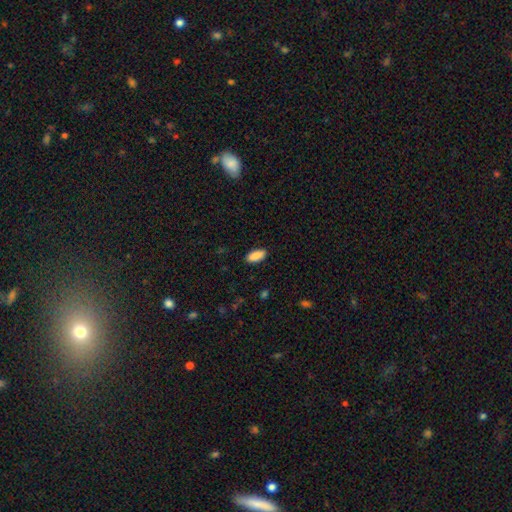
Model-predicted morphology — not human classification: This appears to be a smooth galaxy with no disk features (89%) that is in between round and cigar-shaped (87%). Merging: none (89%).